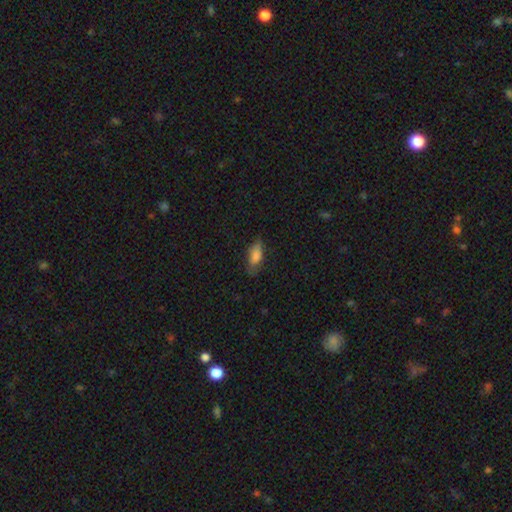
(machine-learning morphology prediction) A smooth galaxy with no disk features (80%) that is in between round and cigar-shaped (74%). Merging: none (72%).